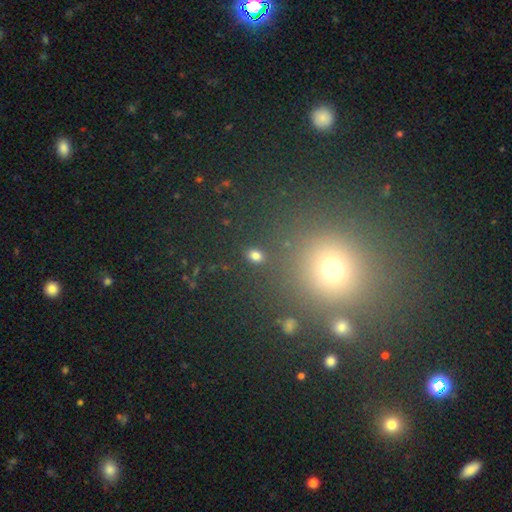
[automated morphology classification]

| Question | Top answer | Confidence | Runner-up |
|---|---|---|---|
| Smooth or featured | smooth | 79% | star or artifact (16%) |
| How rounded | in between | 67% | round (32%) |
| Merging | none | 87% | minor disturbance (8%) |